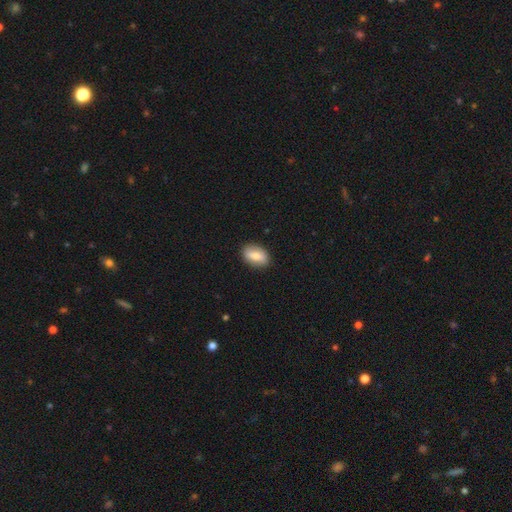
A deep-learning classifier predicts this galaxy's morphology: type=smooth (75%); roundness=in between (87%); merging=none (87%).